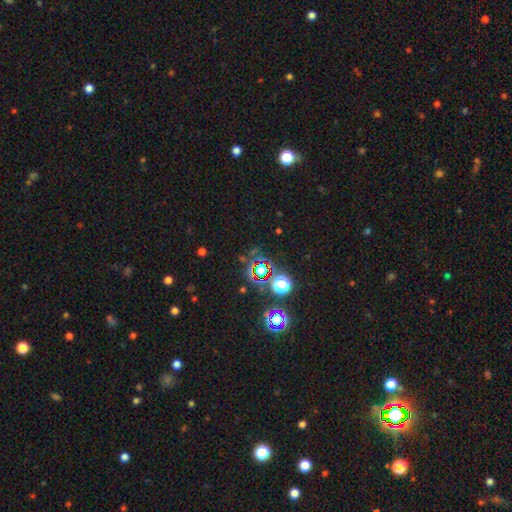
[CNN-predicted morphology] smooth-or-featured: star or artifact: 78% | smooth: 14% | featured or disk: 8%